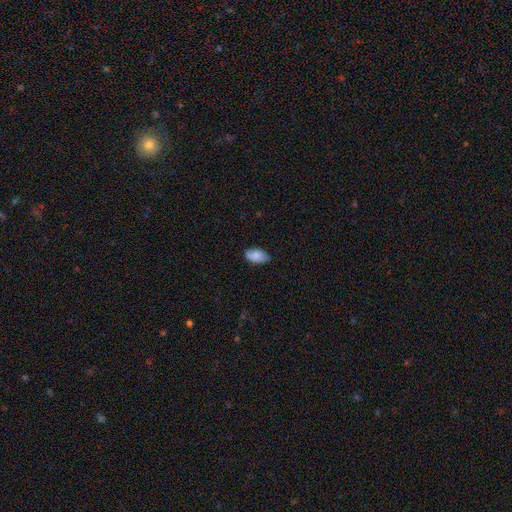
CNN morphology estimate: smooth_or_featured: smooth (p=0.80) [alt: featured or disk p=0.13]
how_rounded: in between (p=0.94) [alt: round p=0.04]
merging: none (p=0.73) [alt: minor disturbance p=0.22]